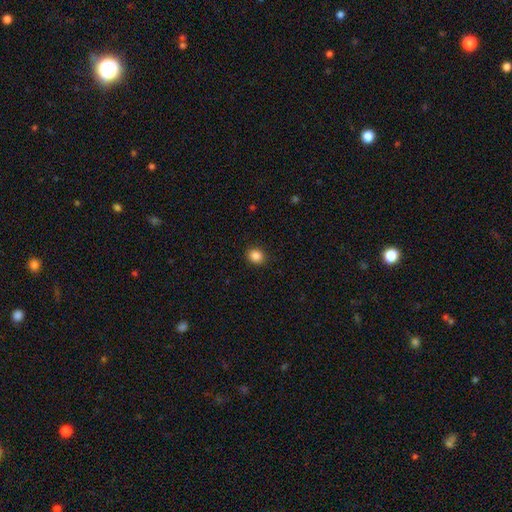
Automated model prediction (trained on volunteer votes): This is clearly a smooth galaxy (86%). How rounded: likely round (75%). Merging: clearly none (91%).